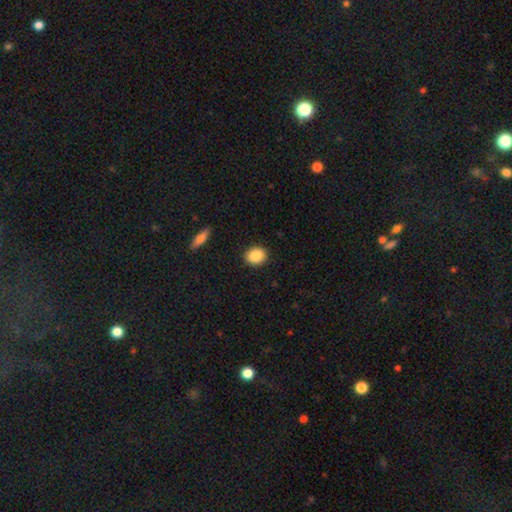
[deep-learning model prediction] Smooth or featured? smooth (87%)
How rounded? round (63%)
Merging? none (91%)